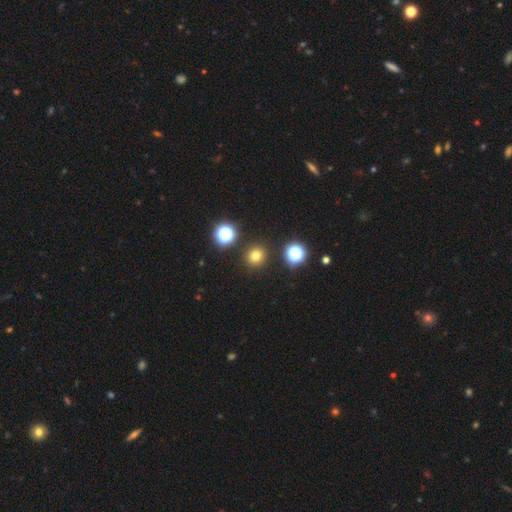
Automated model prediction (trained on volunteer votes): Smooth or featured?
  - smooth: 75% *
  - star or artifact: 19%
  - featured or disk: 6%
How rounded?
  - round: 92% *
  - in between: 7%
  - cigar-shaped: 1%
Merging?
  - none: 90% *
  - minor disturbance: 5%
  - merger: 3%
  - major disturbance: 2%